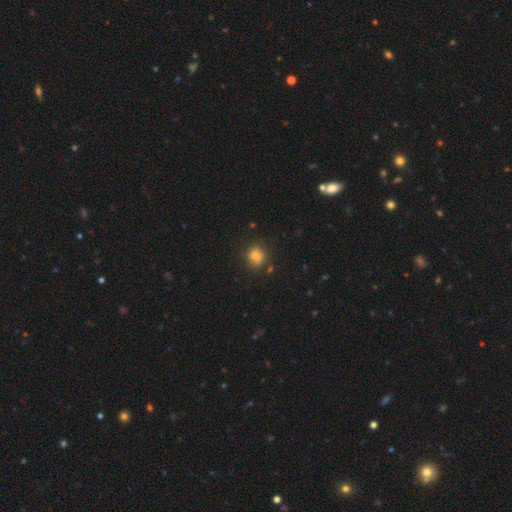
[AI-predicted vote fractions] This appears to be a smooth galaxy with no disk features (79%) that is round (73%). Merging: none (79%).